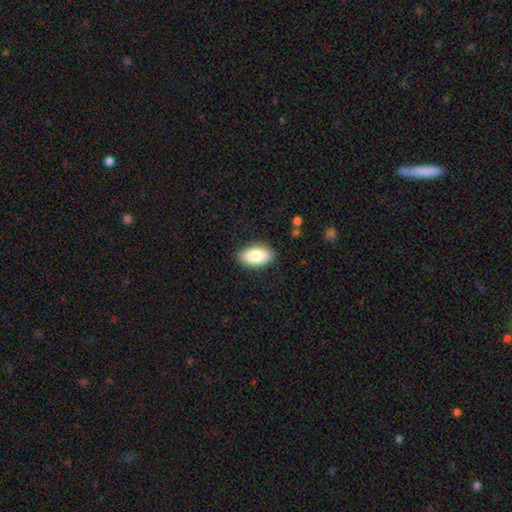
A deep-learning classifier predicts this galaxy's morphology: A smooth galaxy with no disk features (87%) that is in between round and cigar-shaped (94%). Merging: none (87%).